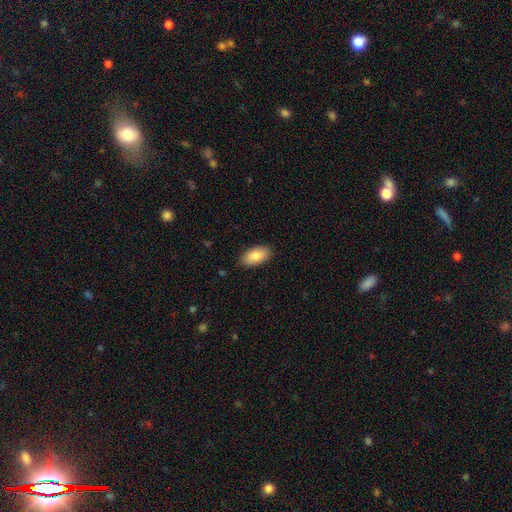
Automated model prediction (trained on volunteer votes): smooth_or_featured: smooth (p=0.85) [alt: featured or disk p=0.08]
how_rounded: in between (p=0.95) [alt: round p=0.03]
merging: none (p=0.88) [alt: minor disturbance p=0.09]